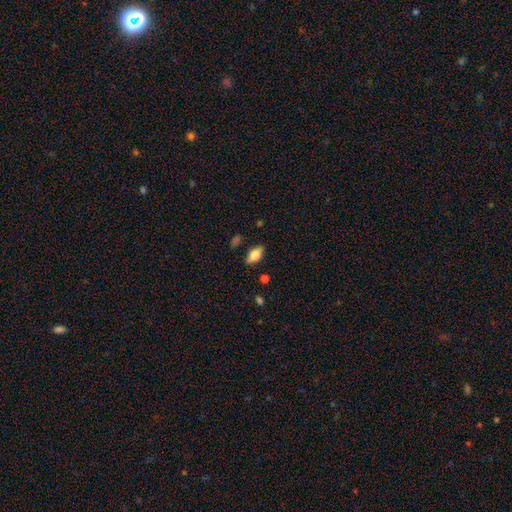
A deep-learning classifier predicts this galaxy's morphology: Smooth or featured? smooth (68%)
How rounded? in between (87%)
Merging? none (83%)